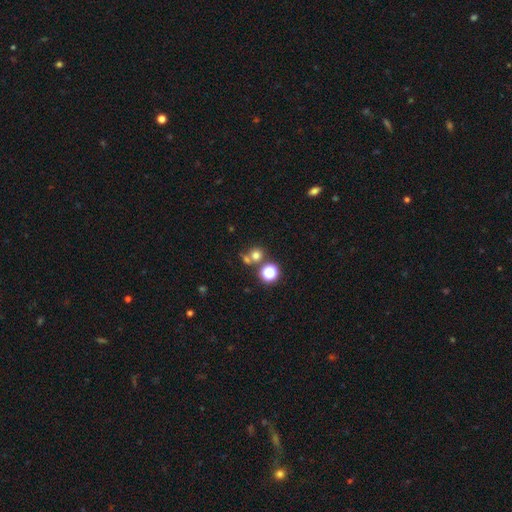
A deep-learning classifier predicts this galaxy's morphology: smooth 68%, star or artifact 22%, featured or disk 9%. Down the decision tree: how rounded — round (87%); merging — none (60%).